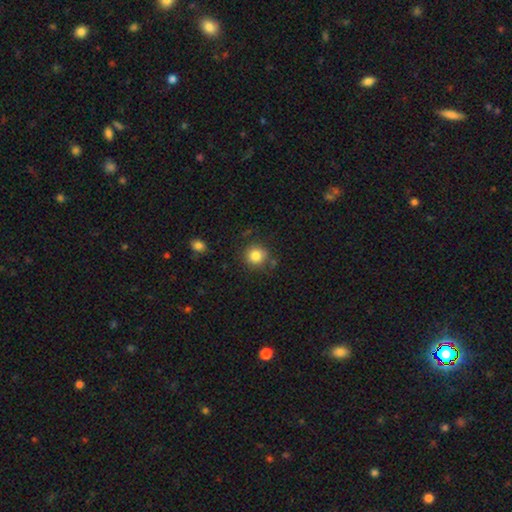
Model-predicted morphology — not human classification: smooth_or_featured: smooth (p=0.83) [alt: star or artifact p=0.10]
how_rounded: round (p=0.91) [alt: in between p=0.08]
merging: none (p=0.80) [alt: minor disturbance p=0.12]